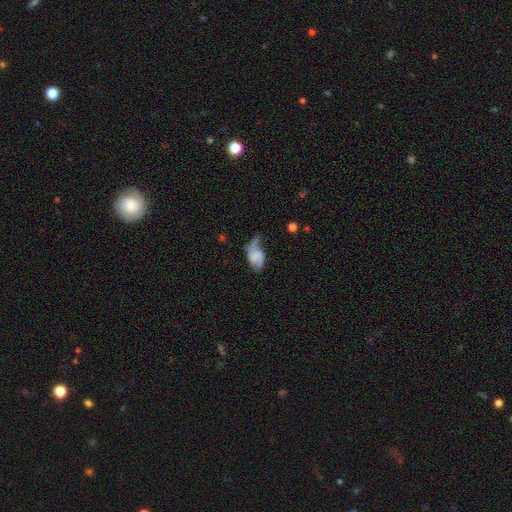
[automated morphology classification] This is possibly a featured or disk galaxy (54%). It is clearly not viewed edge-on (96%). Bar: possibly no (55%). Spiral arm pattern: likely yes (78%). Central bulge: likely none (65%). Merging: marginally none (33%).